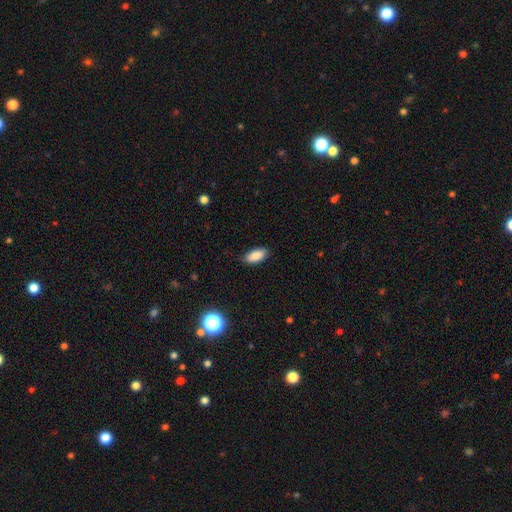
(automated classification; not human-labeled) smooth_or_featured: smooth (p=0.87) [alt: star or artifact p=0.07]
how_rounded: in between (p=0.90) [alt: cigar-shaped p=0.07]
merging: none (p=0.84) [alt: minor disturbance p=0.13]